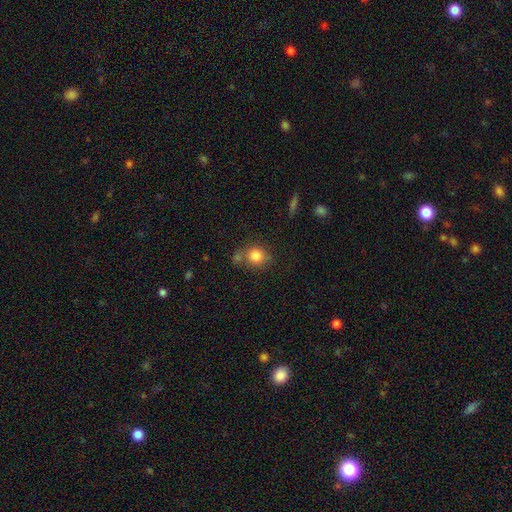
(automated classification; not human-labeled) A smooth galaxy with no disk features (82%) that is round (81%). Merging: none (61%).